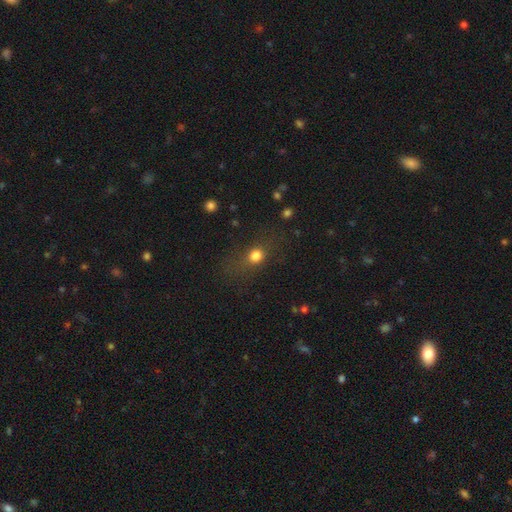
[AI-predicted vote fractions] The model was most divided on "how rounded": round: 58%, in between: 37%, cigar-shaped: 5%. More confident: smooth or featured — smooth (75%); merging — none (66%).